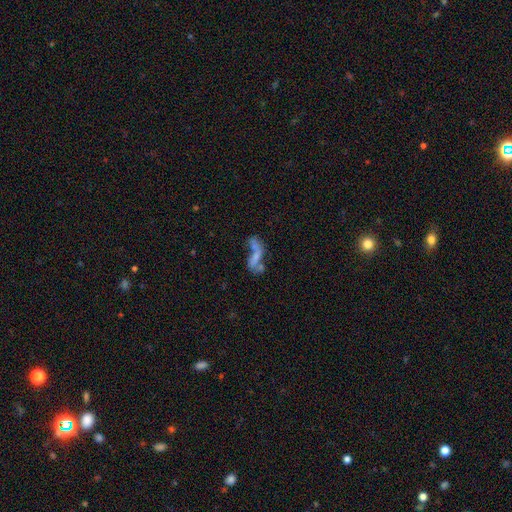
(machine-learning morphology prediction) This is possibly a featured or disk galaxy (47%). Merging: possibly merger (49%).